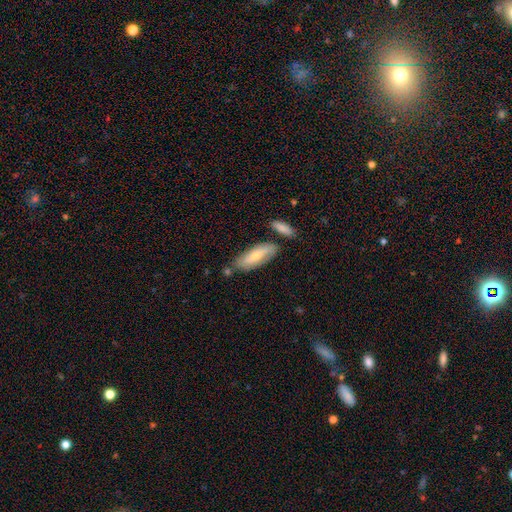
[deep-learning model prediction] Smooth or featured? smooth (59%)
How rounded? in between (68%)
Merging? none (67%)